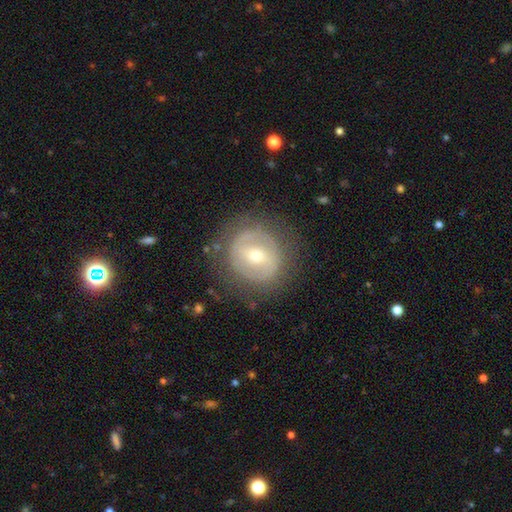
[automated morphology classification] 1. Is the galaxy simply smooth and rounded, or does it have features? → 64% featured or disk, 29% smooth, 7% star or artifact.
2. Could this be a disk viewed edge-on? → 96% no, 4% yes.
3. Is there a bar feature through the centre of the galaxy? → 40% weak, 33% no, 28% strong.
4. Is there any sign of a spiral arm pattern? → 61% no, 39% yes.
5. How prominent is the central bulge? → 51% small, 45% moderate, 2% large, 1% none, 1% dominant.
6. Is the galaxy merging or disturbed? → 78% none, 13% minor disturbance, 8% major disturbance, 1% merger.